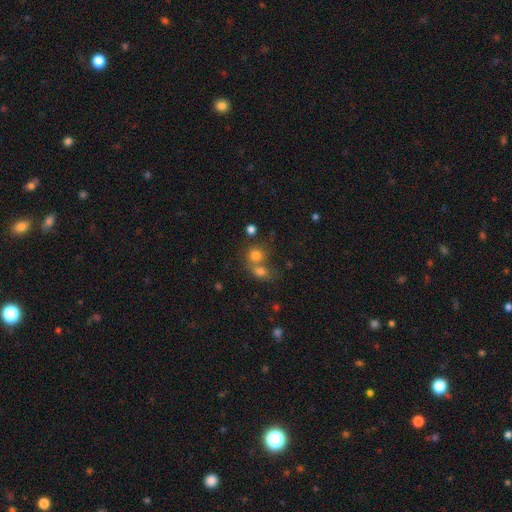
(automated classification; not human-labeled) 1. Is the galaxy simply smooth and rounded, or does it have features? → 76% smooth, 14% star or artifact, 10% featured or disk.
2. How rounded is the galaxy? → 79% round, 20% in between, 1% cigar-shaped.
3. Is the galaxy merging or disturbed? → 49% merger, 41% none, 7% minor disturbance, 4% major disturbance.